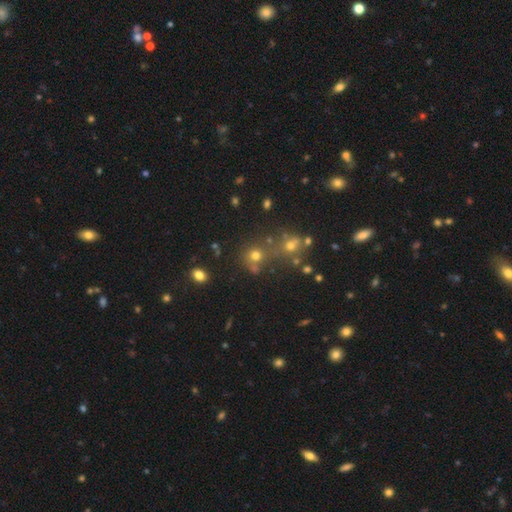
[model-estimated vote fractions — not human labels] Smooth or featured: smooth — 63% (star or artifact — 26%)
How rounded: round — 85% (in between — 14%)
Merging: none — 59% (merger — 26%)